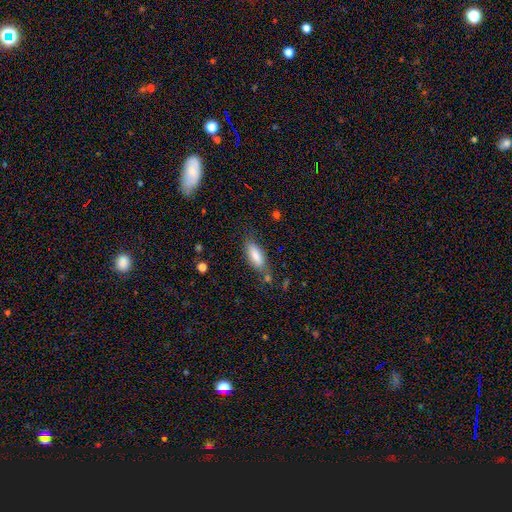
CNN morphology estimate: Smooth or featured: smooth — 82% (featured or disk — 11%)
How rounded: in between — 69% (cigar-shaped — 29%)
Merging: none — 72% (minor disturbance — 17%)